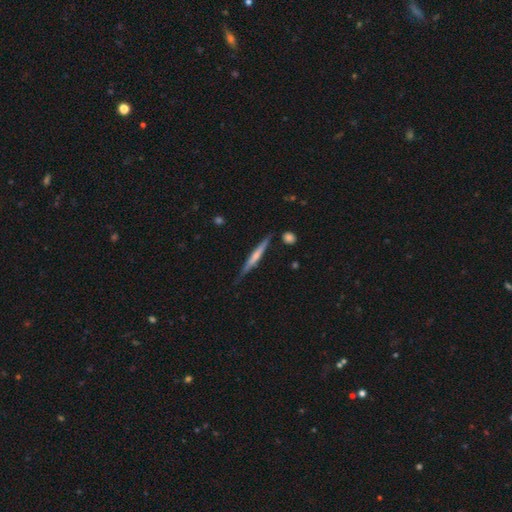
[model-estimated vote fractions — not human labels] featured or disk 50%, smooth 44%, star or artifact 5%. Down the decision tree: edge-on disk — yes (96%); merging — none (79%).